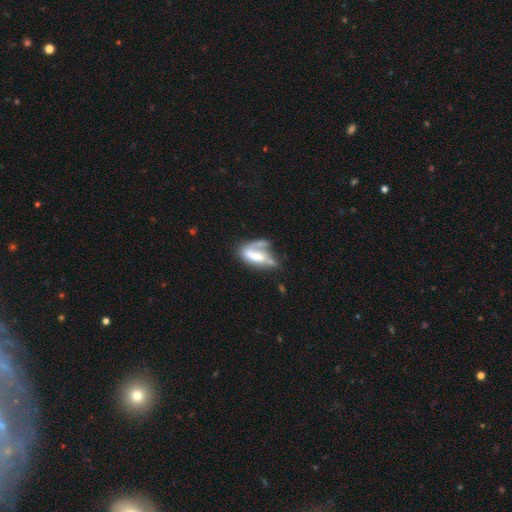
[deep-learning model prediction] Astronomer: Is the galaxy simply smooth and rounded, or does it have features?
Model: featured or disk — 49% (runner-up: smooth, 42%).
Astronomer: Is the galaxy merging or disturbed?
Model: major disturbance — 32% (runner-up: none, 25%).